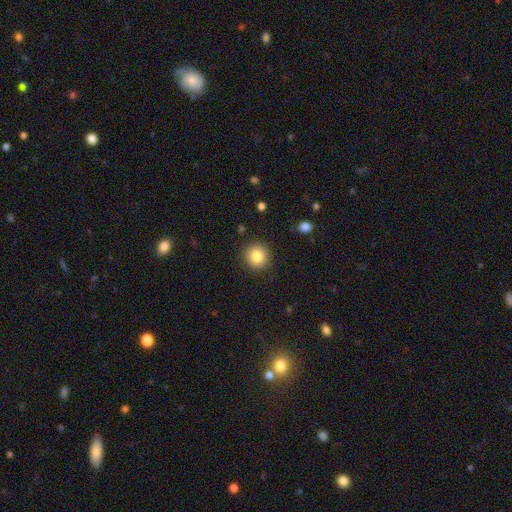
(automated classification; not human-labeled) This appears to be a smooth galaxy with no disk features (84%) that is round (93%). Merging: none (90%).